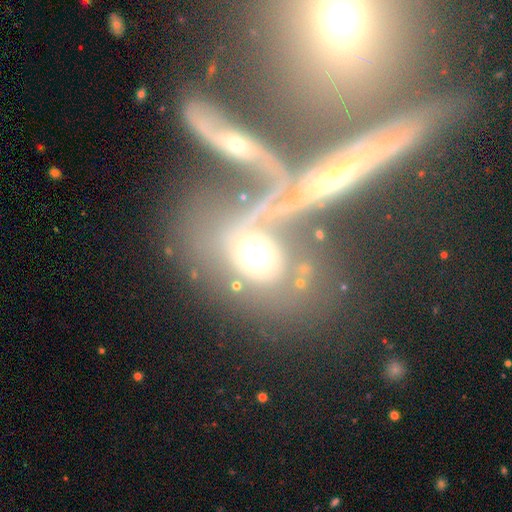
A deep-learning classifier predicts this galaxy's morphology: type=smooth (41%, tied with featured or disk); merging=none (34%).